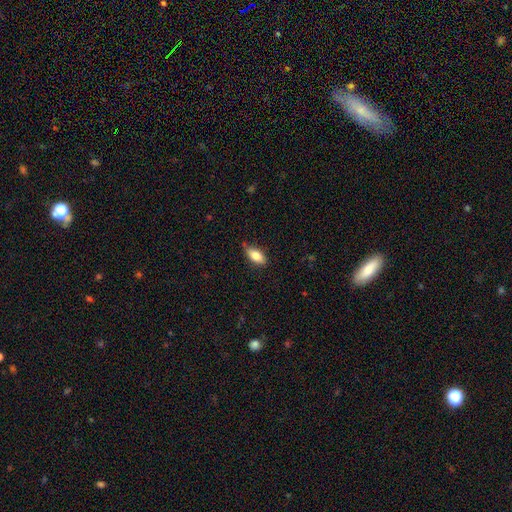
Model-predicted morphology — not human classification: smooth 78%, featured or disk 15%, star or artifact 7%. Down the decision tree: how rounded — in between (85%); merging — none (79%).